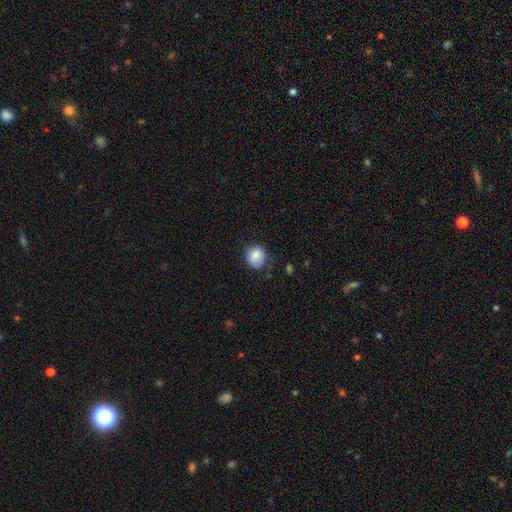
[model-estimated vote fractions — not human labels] smooth-or-featured: smooth: 84% | star or artifact: 8% | featured or disk: 7%
  how-rounded: round: 79% | in between: 20% | cigar-shaped: 1%
  merging: none: 74% | minor disturbance: 19% | major disturbance: 5% | merger: 2%